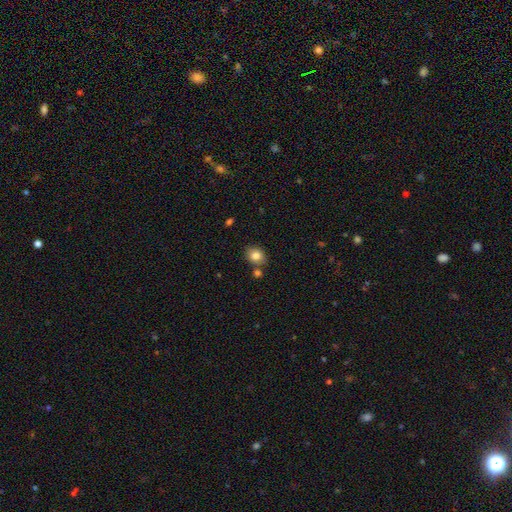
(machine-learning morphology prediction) Q: Smooth or featured?
A: smooth (82%); runner-up: star or artifact (10%)
Q: How rounded?
A: round (53%); runner-up: in between (46%)
Q: Merging?
A: none (73%); runner-up: minor disturbance (13%)